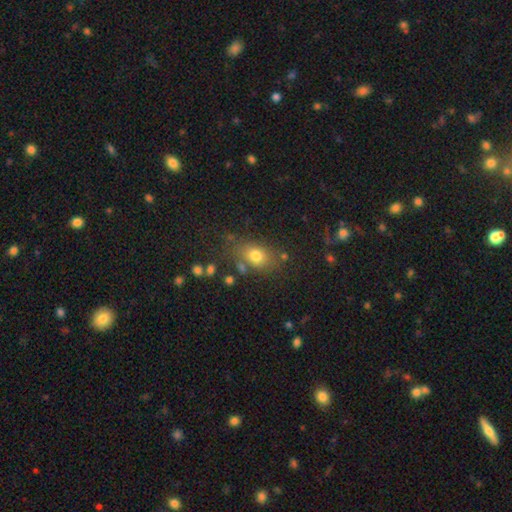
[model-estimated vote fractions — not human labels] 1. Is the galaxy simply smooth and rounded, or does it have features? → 76% smooth, 14% star or artifact, 11% featured or disk.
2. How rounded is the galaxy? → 66% in between, 31% round, 2% cigar-shaped.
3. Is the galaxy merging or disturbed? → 70% none, 16% minor disturbance, 7% merger, 7% major disturbance.